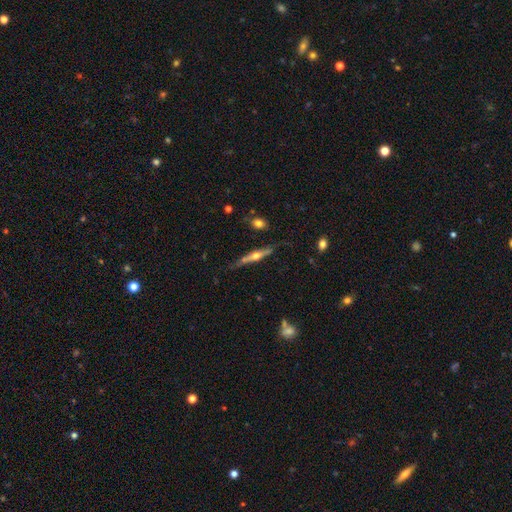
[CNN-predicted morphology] featured or disk 69%, smooth 25%, star or artifact 6%. Down the decision tree: edge-on disk — yes (95%); edge-on bulge — rounded (90%); merging — none (72%).